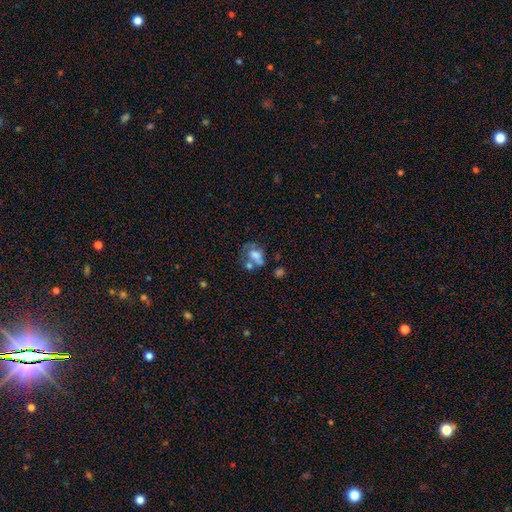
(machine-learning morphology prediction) Smooth or featured? Predicted: smooth (p=0.51). How rounded? Predicted: in between (p=0.74). Merging? Predicted: merger (p=0.37).